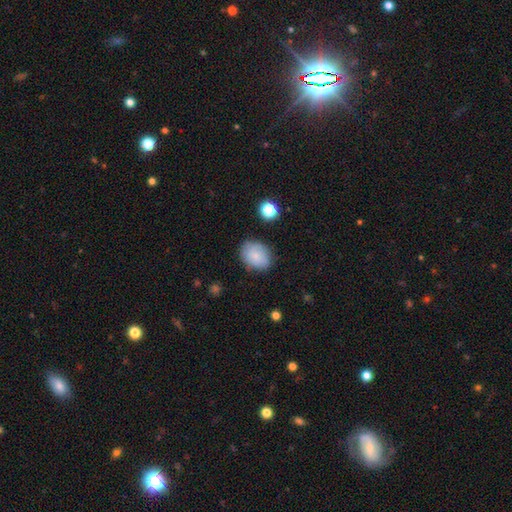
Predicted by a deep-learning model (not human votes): A smooth galaxy with no disk features (79%) that is in between round and cigar-shaped (60%).

Vote fractions:
- Smooth or featured? smooth: 79% / featured or disk: 13% / star or artifact: 8%
- How rounded? in between: 60% / round: 39% / cigar-shaped: 1%
- Merging? none: 77% / minor disturbance: 17% / major disturbance: 4% / merger: 2%